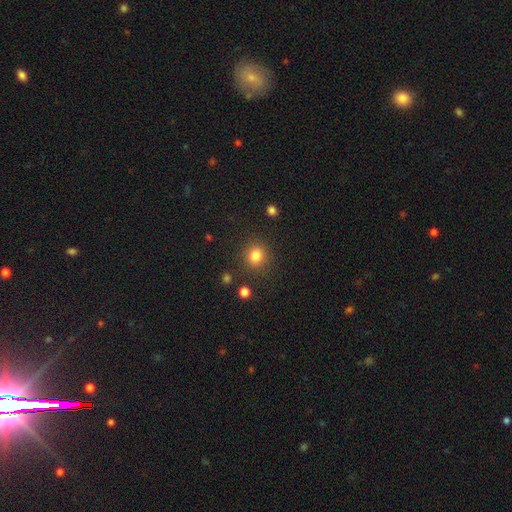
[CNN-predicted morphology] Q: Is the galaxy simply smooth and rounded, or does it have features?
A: smooth — 83%.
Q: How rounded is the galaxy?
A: round — 86%.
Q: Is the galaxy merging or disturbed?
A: none — 87%.